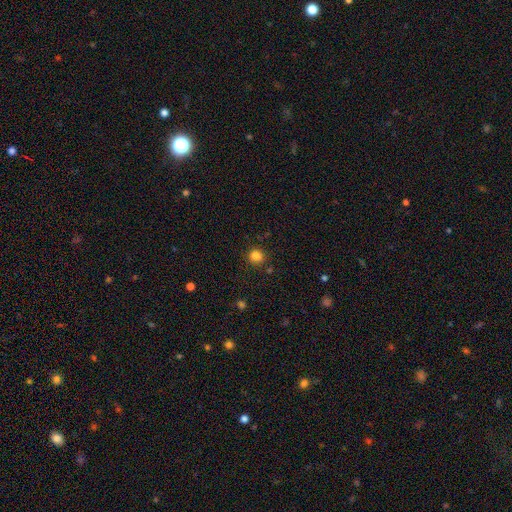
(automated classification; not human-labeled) Smooth or featured?
  - smooth: 83% *
  - star or artifact: 13%
  - featured or disk: 5%
How rounded?
  - round: 90% *
  - in between: 9%
  - cigar-shaped: 1%
Merging?
  - none: 86% *
  - minor disturbance: 9%
  - major disturbance: 3%
  - merger: 3%